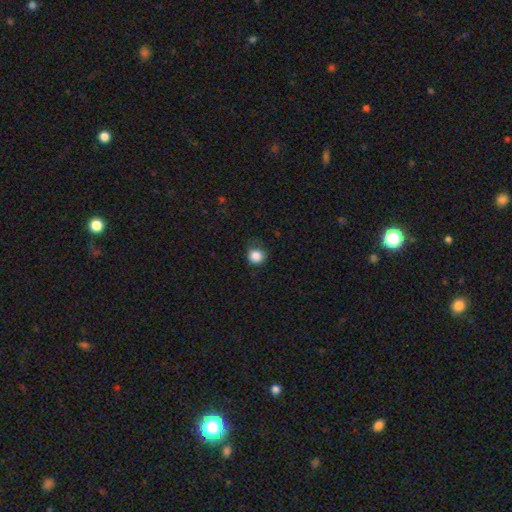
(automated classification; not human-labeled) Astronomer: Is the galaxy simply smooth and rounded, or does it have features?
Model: smooth — 85%.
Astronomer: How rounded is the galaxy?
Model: round — 88%.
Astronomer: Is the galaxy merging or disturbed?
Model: none — 72%.